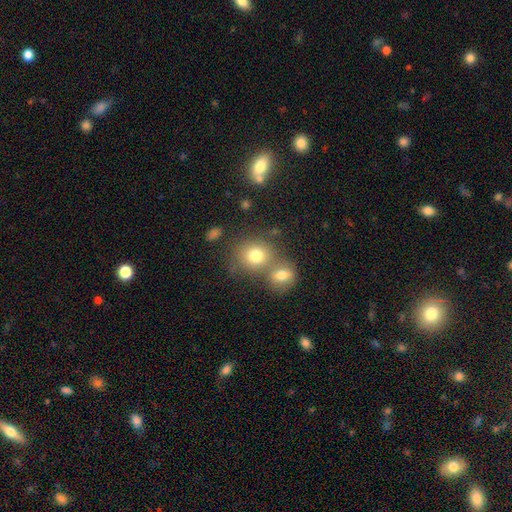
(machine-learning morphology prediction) smooth_or_featured: smooth (p=0.77) [alt: featured or disk p=0.12]
how_rounded: round (p=0.77) [alt: in between p=0.22]
merging: none (p=0.44) [alt: merger p=0.42]